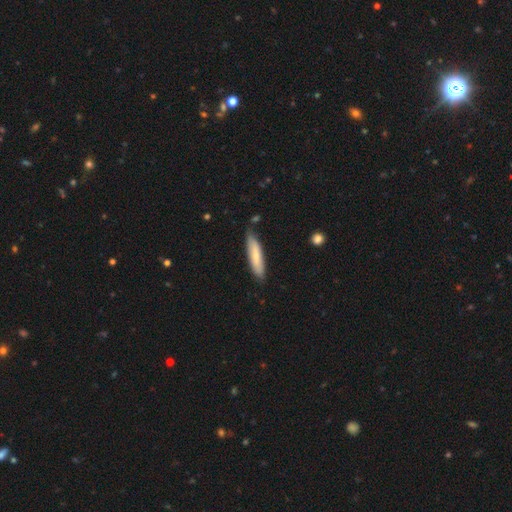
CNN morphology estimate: smooth 73%, featured or disk 22%, star or artifact 6%. Down the decision tree: how rounded — cigar-shaped (78%); merging — none (78%).